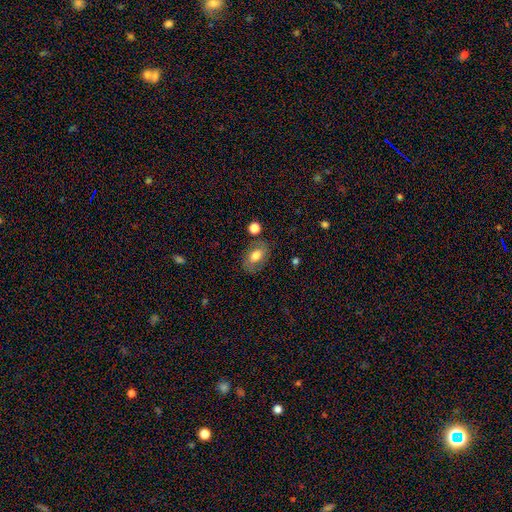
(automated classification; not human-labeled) The model was most divided on "smooth or featured": smooth: 68%, featured or disk: 24%, star or artifact: 8%. More confident: how rounded — in between (85%); merging — none (75%).